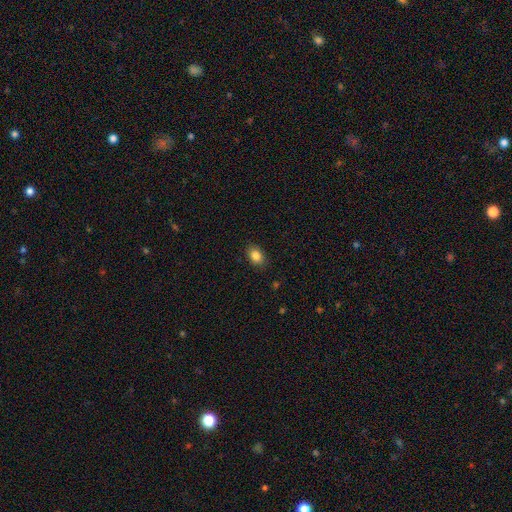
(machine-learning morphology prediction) type=smooth (85%); roundness=in between (78%); merging=none (87%).